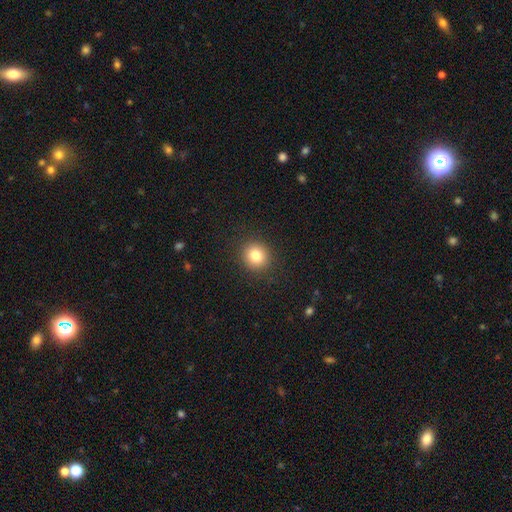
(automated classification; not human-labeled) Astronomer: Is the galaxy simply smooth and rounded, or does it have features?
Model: smooth — 82%.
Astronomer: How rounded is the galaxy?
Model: round — 86%.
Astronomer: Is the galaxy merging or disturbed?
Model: none — 90%.